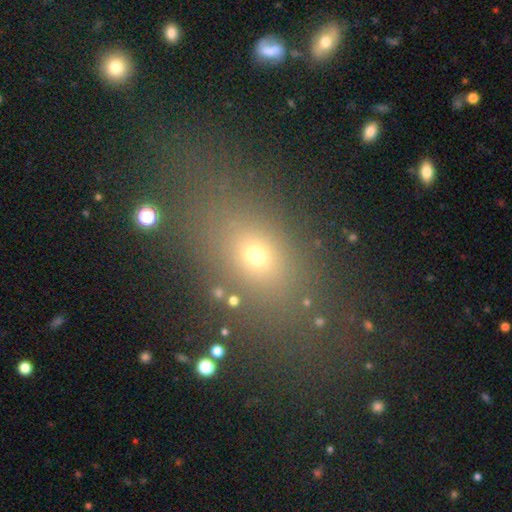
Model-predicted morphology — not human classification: The model was most divided on "smooth or featured": smooth: 62%, star or artifact: 24%, featured or disk: 15%. More confident: merging — none (76%); how rounded — in between (65%).